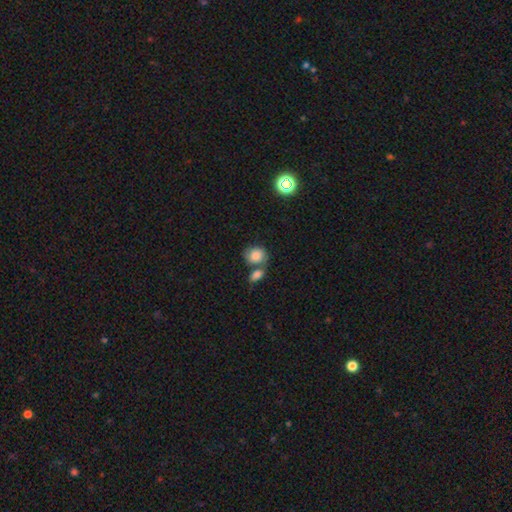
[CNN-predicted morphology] The model was most divided on "merging": none: 40%, merger: 39%, minor disturbance: 15%, major disturbance: 6%. More confident: smooth or featured — smooth (80%); how rounded — round (60%).